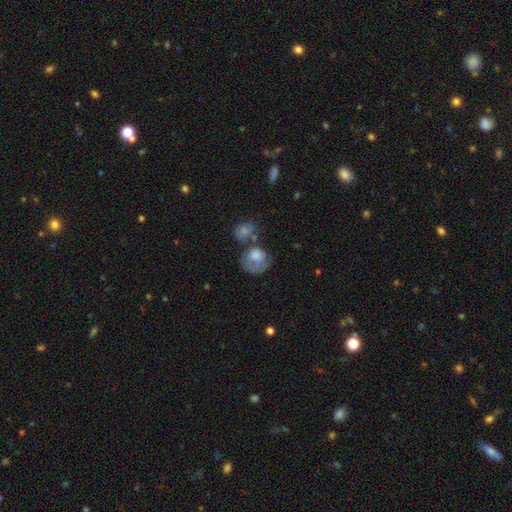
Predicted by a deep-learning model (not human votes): The model was most divided on "merging": none: 39%, merger: 21%, minor disturbance: 20%, major disturbance: 20%. More confident: how rounded — round (67%); smooth or featured — smooth (61%).